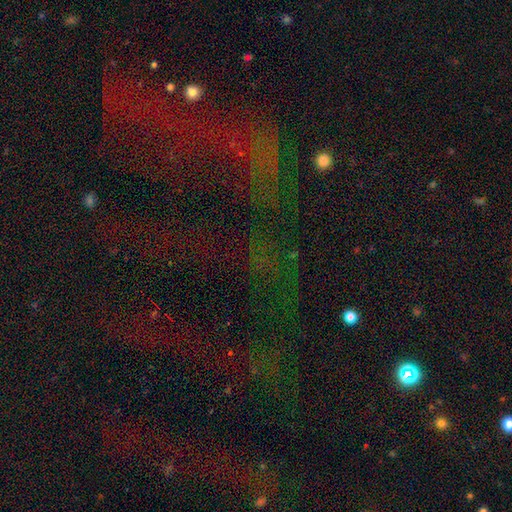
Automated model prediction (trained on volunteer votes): Morphology: type=star or artifact (70%).